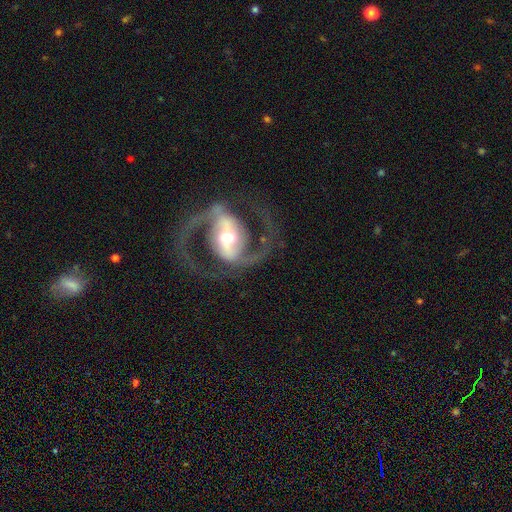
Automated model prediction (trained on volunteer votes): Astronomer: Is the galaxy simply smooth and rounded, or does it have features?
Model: featured or disk — 91%.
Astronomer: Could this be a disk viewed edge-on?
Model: no — 97%.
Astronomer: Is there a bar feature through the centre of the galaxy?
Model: strong — 53% (runner-up: weak, 28%).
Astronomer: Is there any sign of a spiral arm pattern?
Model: yes — 97%.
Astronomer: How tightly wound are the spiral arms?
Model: medium — 63%.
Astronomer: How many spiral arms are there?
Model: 2 — 94%.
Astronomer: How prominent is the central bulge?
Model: moderate — 56%.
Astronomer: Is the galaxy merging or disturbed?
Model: none — 78%.